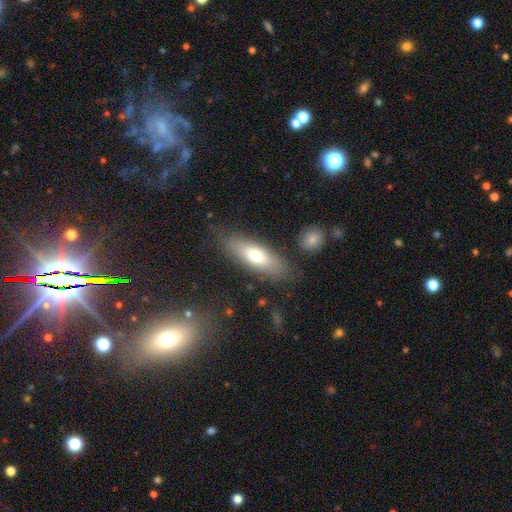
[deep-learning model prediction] Overall: smooth (68%). How rounded: in between (55%; cigar-shaped 43%). Merging: none (81%).